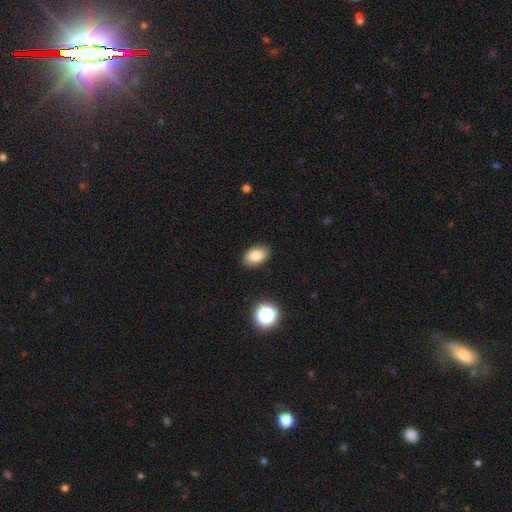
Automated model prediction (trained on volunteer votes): This appears to be a smooth galaxy with no disk features (84%) that is in between round and cigar-shaped (87%). Merging: none (88%).